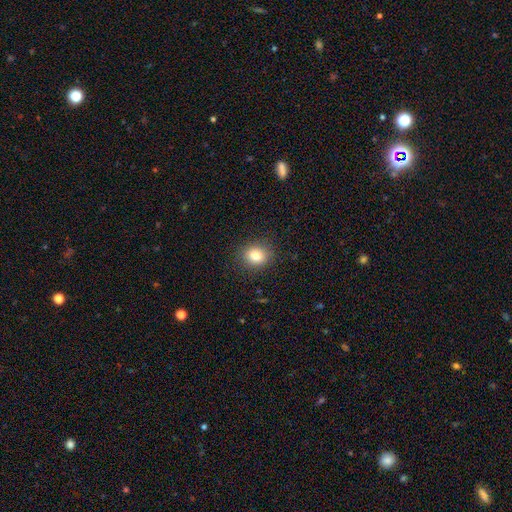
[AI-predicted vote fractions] This is clearly a smooth galaxy (81%). How rounded: likely round (71%). Merging: clearly none (89%).